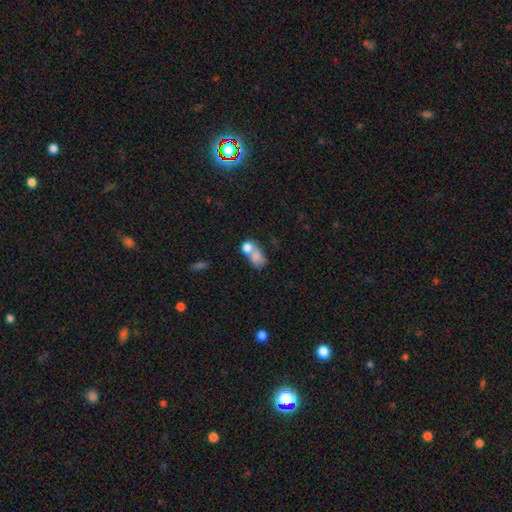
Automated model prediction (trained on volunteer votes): Smooth or featured? smooth (74%)
How rounded? in between (66%)
Merging? merger (59%)